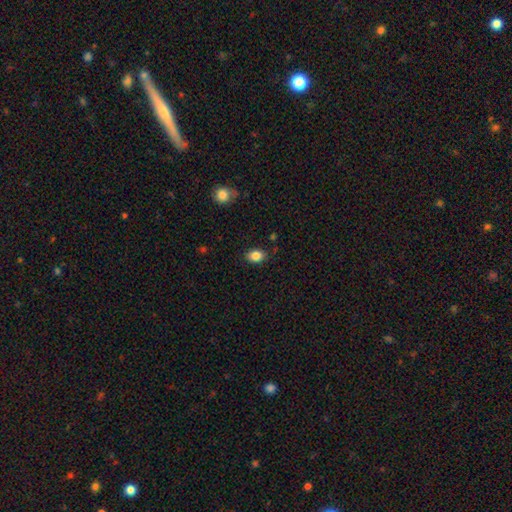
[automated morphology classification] smooth-or-featured: smooth: 85% | star or artifact: 9% | featured or disk: 6%
  how-rounded: in between: 73% | round: 25% | cigar-shaped: 1%
  merging: none: 84% | minor disturbance: 12% | major disturbance: 3% | merger: 2%